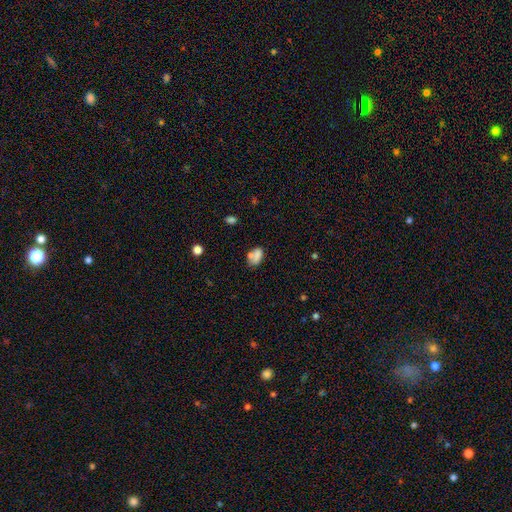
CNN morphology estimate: A smooth galaxy with no disk features (73%) that is in between round and cigar-shaped (83%). Merging: none (43%).